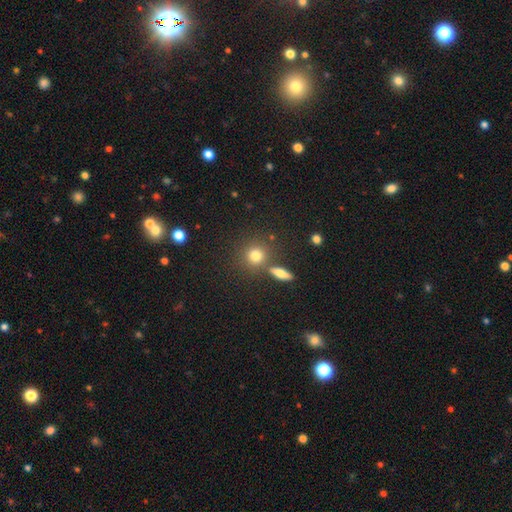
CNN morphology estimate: A smooth galaxy with no disk features (78%) that is round (84%). Merging: none (74%).